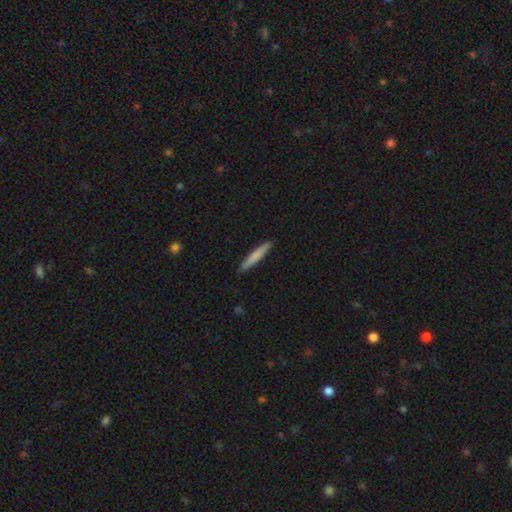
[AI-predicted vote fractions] A smooth galaxy with no disk features (75%) that is cigar-shaped (94%).

Vote fractions:
- Smooth or featured? smooth: 75% / featured or disk: 20% / star or artifact: 5%
- How rounded? cigar-shaped: 94% / in between: 4% / round: 1%
- Merging? none: 91% / minor disturbance: 7% / major disturbance: 1% / merger: 1%